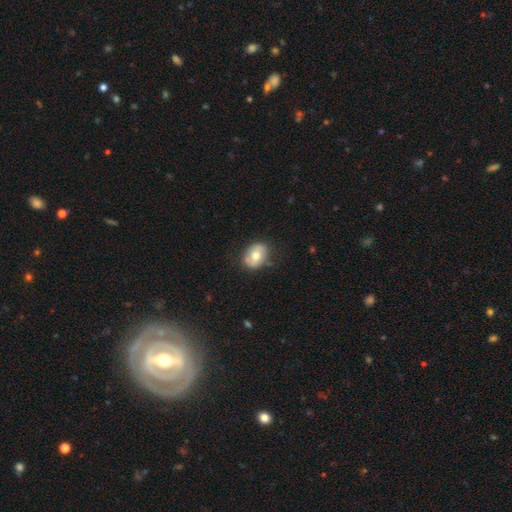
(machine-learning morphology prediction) This appears to be a smooth galaxy with no disk features (60%) that is in between round and cigar-shaped (61%). Merging: none (77%).